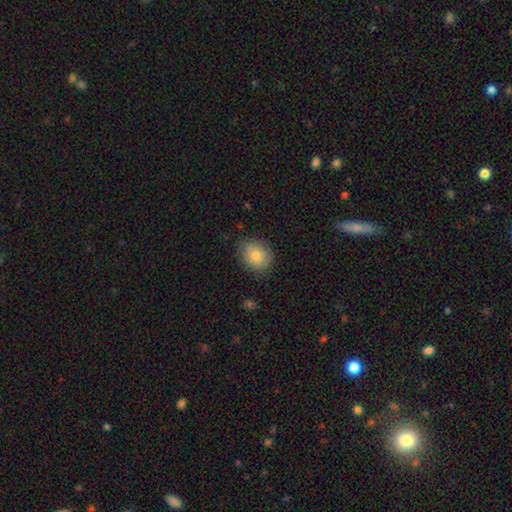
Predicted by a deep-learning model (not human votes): smooth-or-featured: smooth: 81% | featured or disk: 11% | star or artifact: 8%
  how-rounded: round: 57% | in between: 42% | cigar-shaped: 1%
  merging: none: 81% | minor disturbance: 15% | major disturbance: 3% | merger: 1%